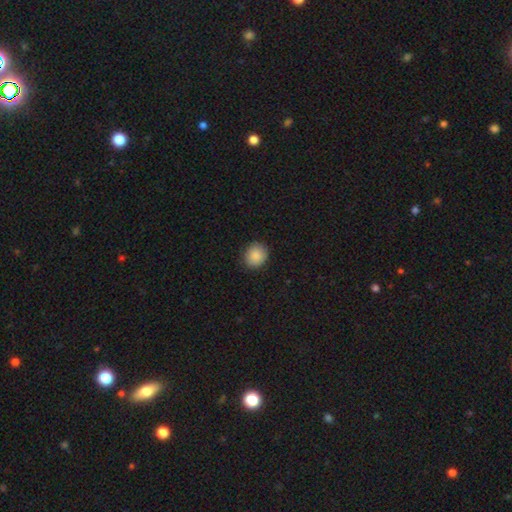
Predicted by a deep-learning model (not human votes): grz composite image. It shows a smooth galaxy with no disk features (88%) that is round (79%). Merging: none (88%).